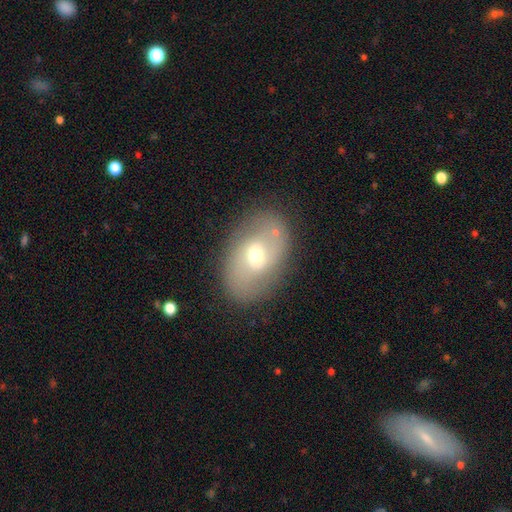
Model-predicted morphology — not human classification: Q: Smooth or featured?
A: featured or disk (53%); runner-up: smooth (37%)
Q: Edge-on disk?
A: no (93%); runner-up: yes (7%)
Q: Merging?
A: none (80%); runner-up: minor disturbance (13%)